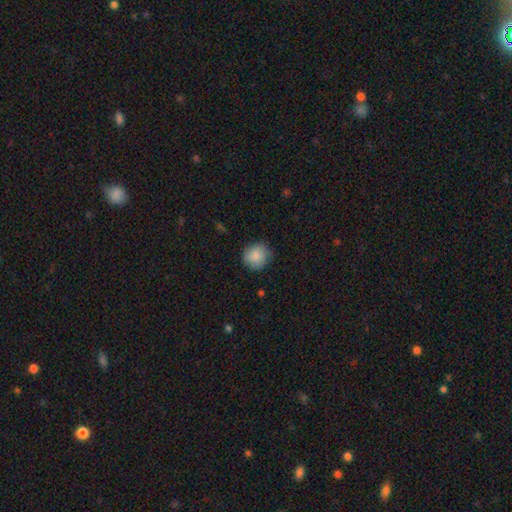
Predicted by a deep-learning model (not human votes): A smooth galaxy with no disk features (85%) that is round (84%). Merging: none (80%).